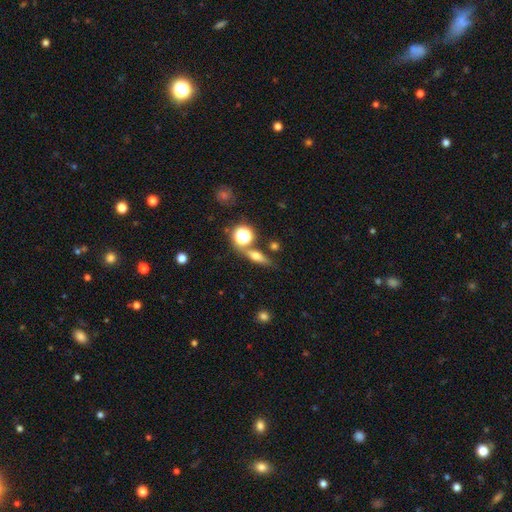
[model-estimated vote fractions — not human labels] Overall: smooth (45%; featured or disk 39%). Merging: none (73%).